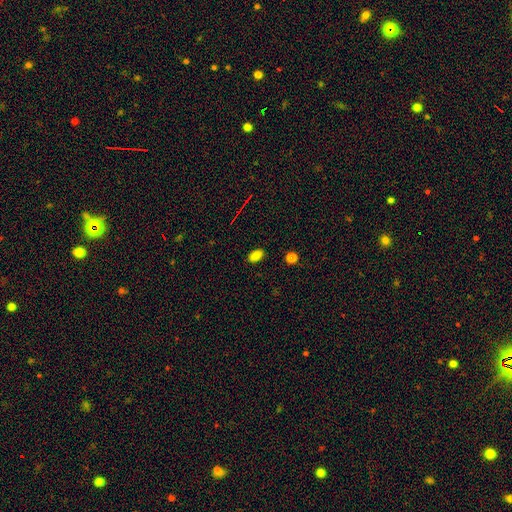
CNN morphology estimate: A smooth galaxy with no disk features (82%) that is in between round and cigar-shaped (89%). Merging: none (87%).